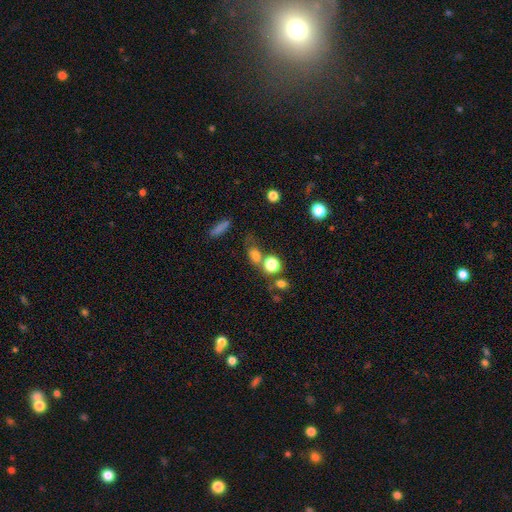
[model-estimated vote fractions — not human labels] Smooth or featured?
  - smooth: 72% *
  - star or artifact: 18%
  - featured or disk: 10%
How rounded?
  - round: 53% *
  - in between: 42%
  - cigar-shaped: 5%
Merging?
  - none: 50% *
  - merger: 26%
  - minor disturbance: 14%
  - major disturbance: 10%